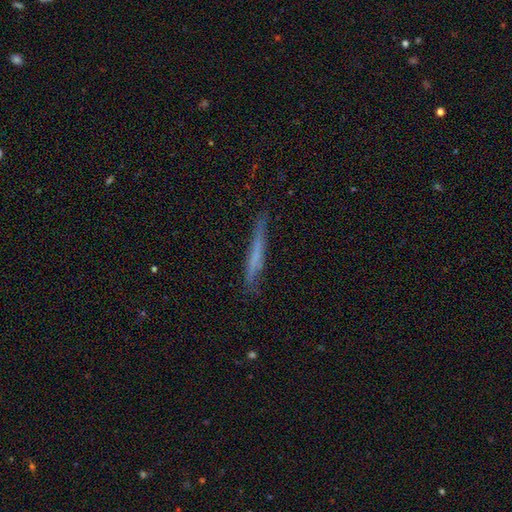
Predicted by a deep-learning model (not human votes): Smooth or featured? Predicted: smooth (p=0.51). How rounded? Predicted: cigar-shaped (p=0.96). Merging? Predicted: none (p=0.80).